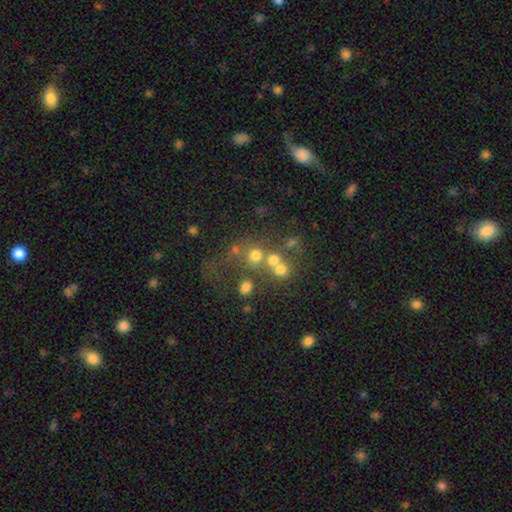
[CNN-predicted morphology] smooth_or_featured: smooth (p=0.61) [alt: star or artifact p=0.21]
how_rounded: round (p=0.82) [alt: in between p=0.16]
merging: none (p=0.47) [alt: merger p=0.34]